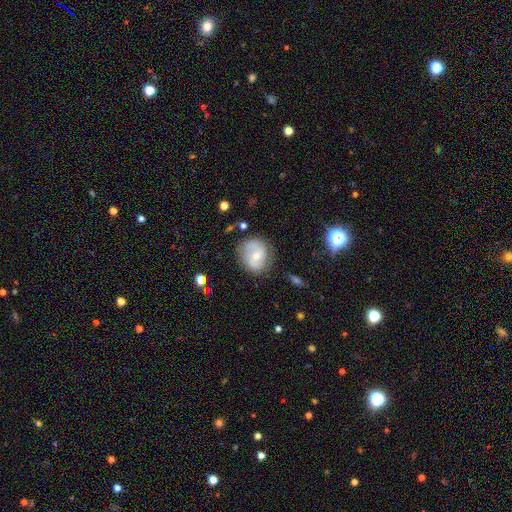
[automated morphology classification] type=featured or disk (60%); edge-on=no (98%); bar=no (46%); spiral arms=yes (89%); winding=medium (45%); arm count=2 (81%); bulge=small (46%); merging=none (75%).